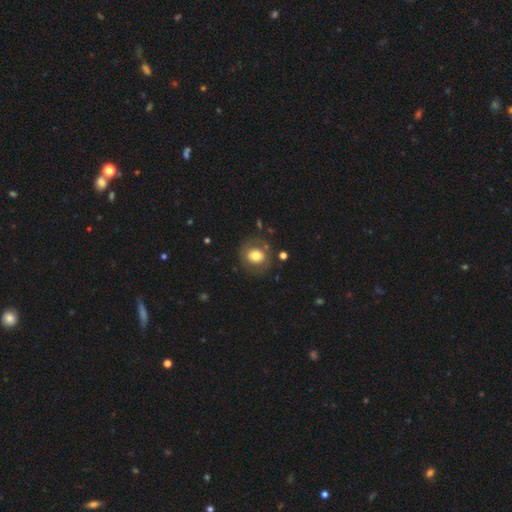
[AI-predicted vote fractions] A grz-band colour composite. It shows a smooth galaxy with no disk features (67%) that is round (76%). Merging: none (79%).